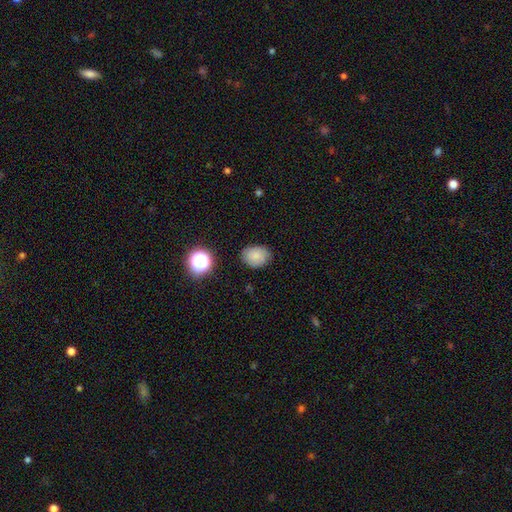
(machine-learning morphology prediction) The model was most divided on "how rounded": in between: 53%, round: 46%, cigar-shaped: 1%. More confident: merging — none (79%); smooth or featured — smooth (79%).